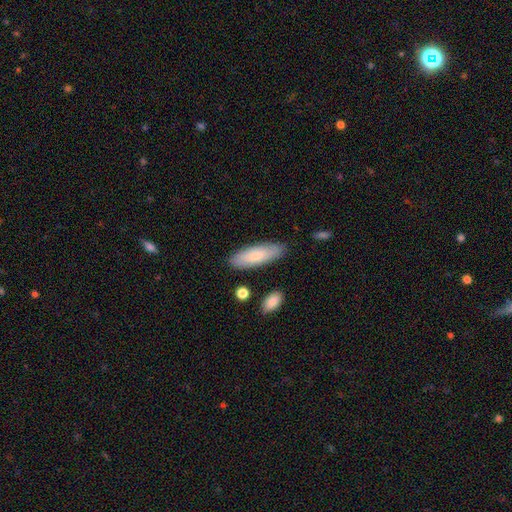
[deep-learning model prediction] Overall: smooth (78%). How rounded: in between (56%; cigar-shaped 42%). Merging: none (83%).